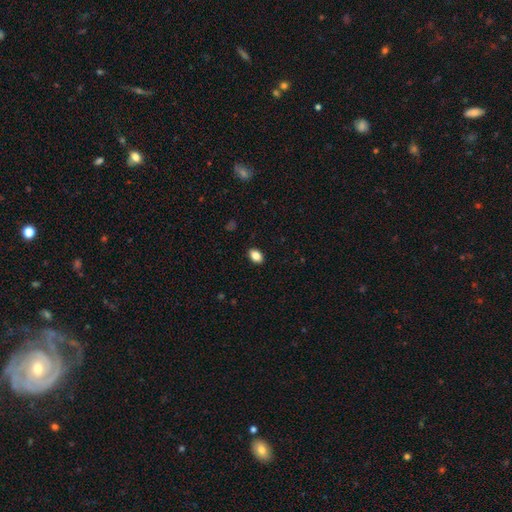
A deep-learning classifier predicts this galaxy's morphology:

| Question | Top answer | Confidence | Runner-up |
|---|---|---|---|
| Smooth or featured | smooth | 86% | star or artifact (9%) |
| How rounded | in between | 84% | round (15%) |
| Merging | none | 89% | minor disturbance (8%) |